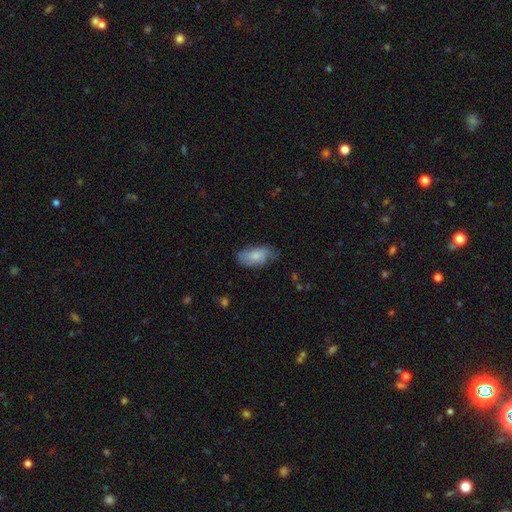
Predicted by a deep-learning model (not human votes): The model was most divided on "merging": none: 57%, minor disturbance: 32%, major disturbance: 9%, merger: 2%. More confident: how rounded — in between (92%); smooth or featured — smooth (73%).